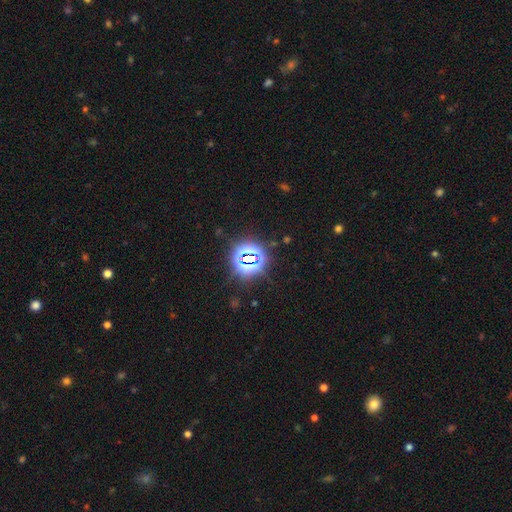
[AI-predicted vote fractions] A star or artifact, not a galaxy (75%).